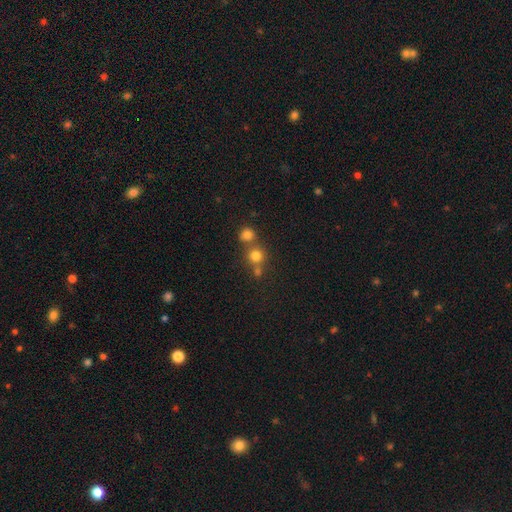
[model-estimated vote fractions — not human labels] This appears to be a smooth galaxy with no disk features (74%) that is round (91%). Merging: none (60%).